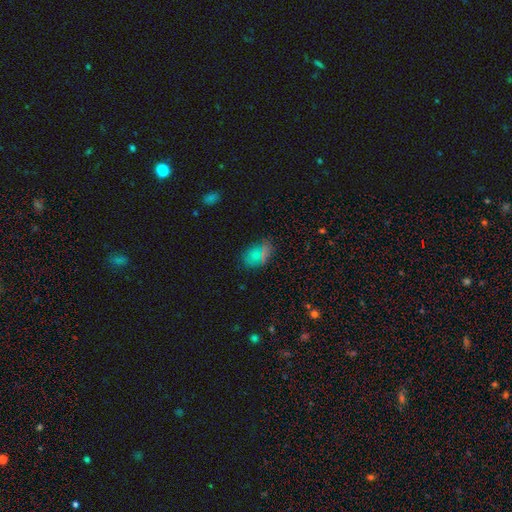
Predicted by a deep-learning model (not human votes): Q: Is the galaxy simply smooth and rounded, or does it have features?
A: smooth — 67%.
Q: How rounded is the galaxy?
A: in between — 84%.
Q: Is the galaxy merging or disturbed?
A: none — 80%.